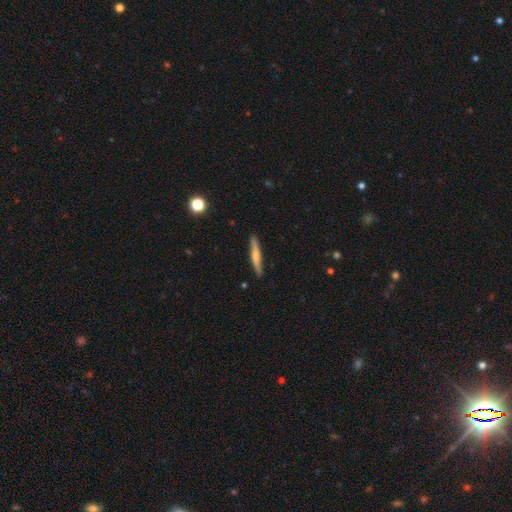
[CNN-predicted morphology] smooth_or_featured: smooth (p=0.54) [alt: featured or disk p=0.41]
how_rounded: cigar-shaped (p=0.94) [alt: in between p=0.04]
merging: none (p=0.89) [alt: minor disturbance p=0.08]